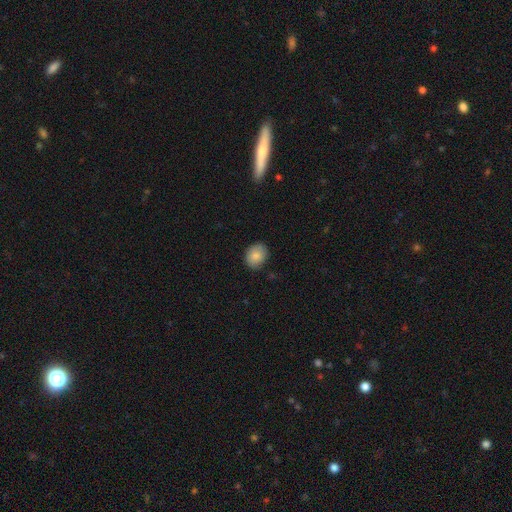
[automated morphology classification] This is clearly a smooth galaxy (84%). How rounded: possibly round (58%). Merging: clearly none (82%).